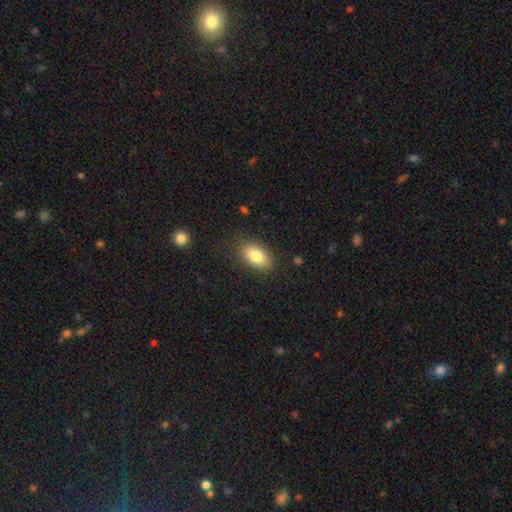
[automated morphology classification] Smooth or featured? smooth (82%)
How rounded? in between (89%)
Merging? none (83%)